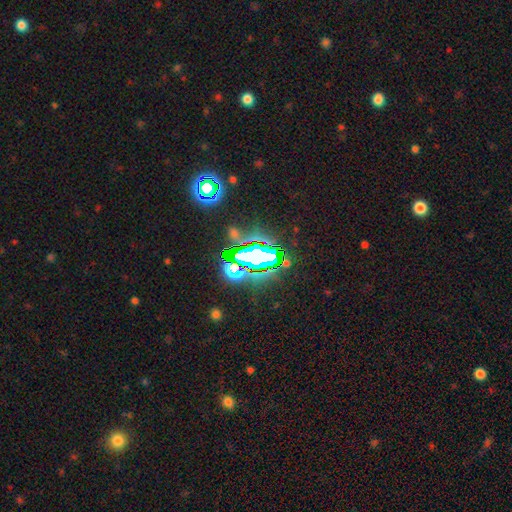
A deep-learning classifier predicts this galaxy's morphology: This is likely a star or artifact rather than a galaxy (71%).